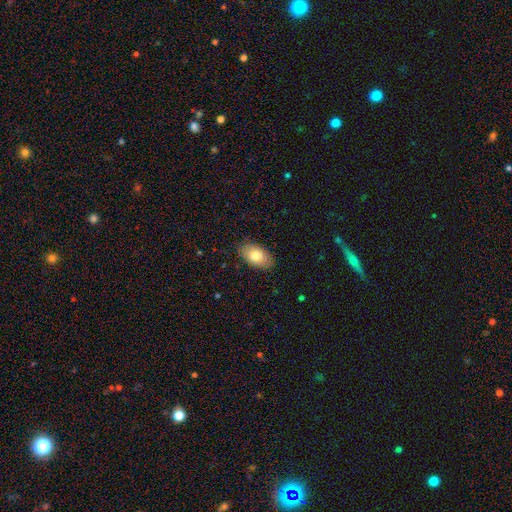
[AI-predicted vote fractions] This is likely a smooth galaxy (76%). How rounded: clearly in between (92%). Merging: clearly none (85%).